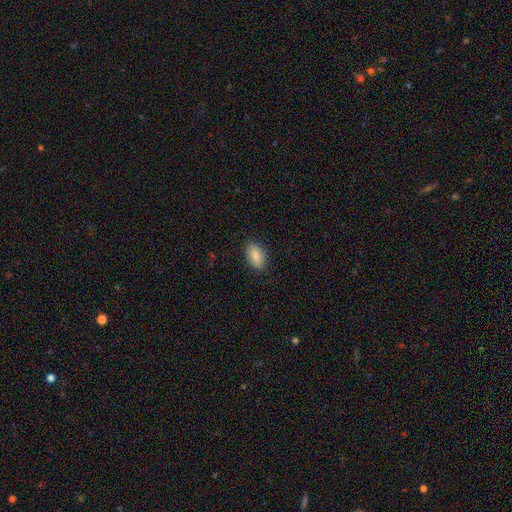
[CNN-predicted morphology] Smooth or featured? Predicted: smooth (p=0.80). How rounded? Predicted: in between (p=0.91). Merging? Predicted: none (p=0.85).